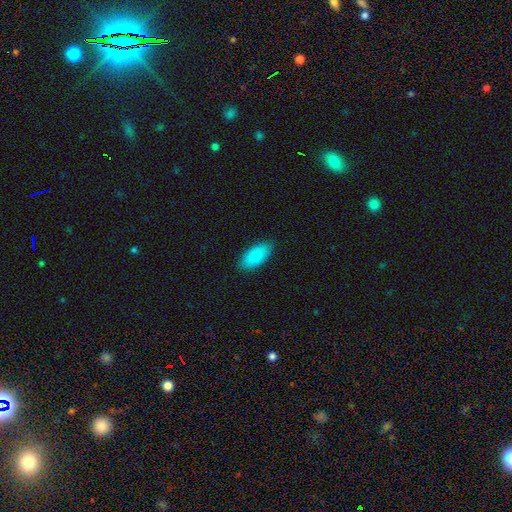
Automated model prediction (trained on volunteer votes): Smooth or featured? smooth (88%)
How rounded? in between (92%)
Merging? none (86%)